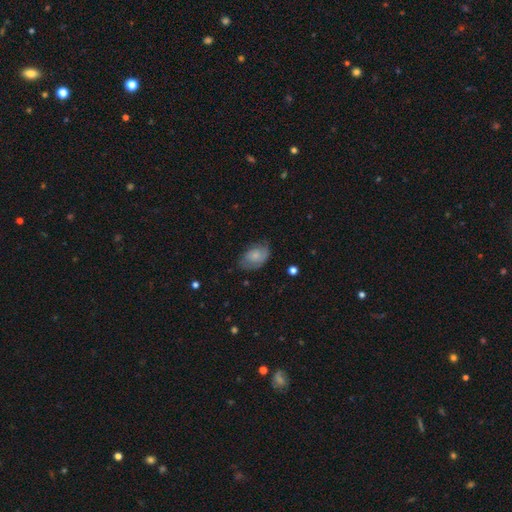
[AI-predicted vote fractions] smooth 56%, featured or disk 37%, star or artifact 7%. Down the decision tree: how rounded — in between (85%); merging — none (60%).